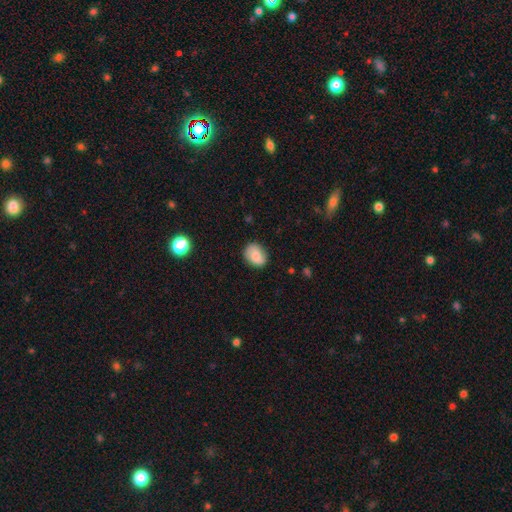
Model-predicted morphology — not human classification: type=smooth (79%); roundness=in between (56%); merging=none (79%).